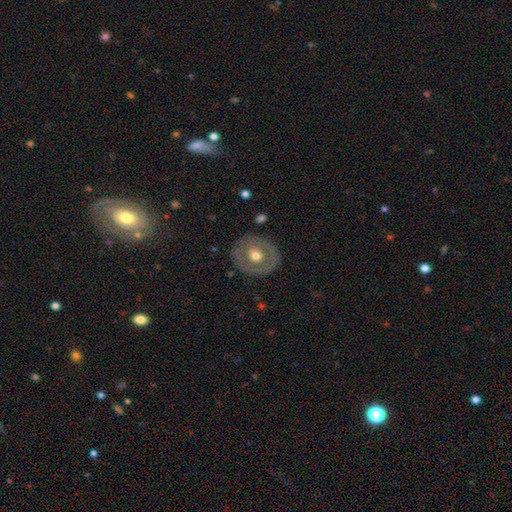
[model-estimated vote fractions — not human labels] featured or disk 52%, smooth 42%, star or artifact 6%. Down the decision tree: edge-on disk — no (95%); merging — none (81%).